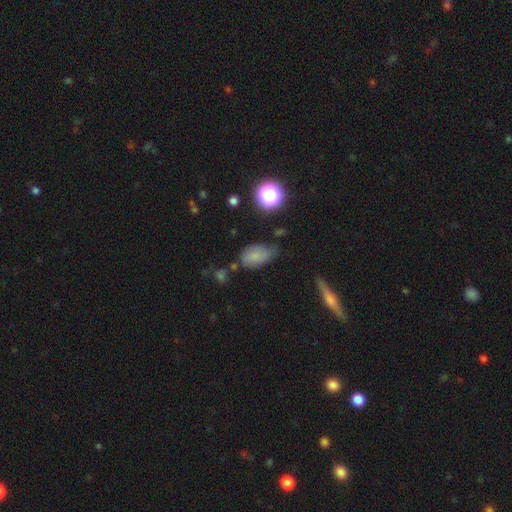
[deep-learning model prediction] Overall: smooth (76%). How rounded: in between (88%). Merging: none (53%; minor disturbance 33%).